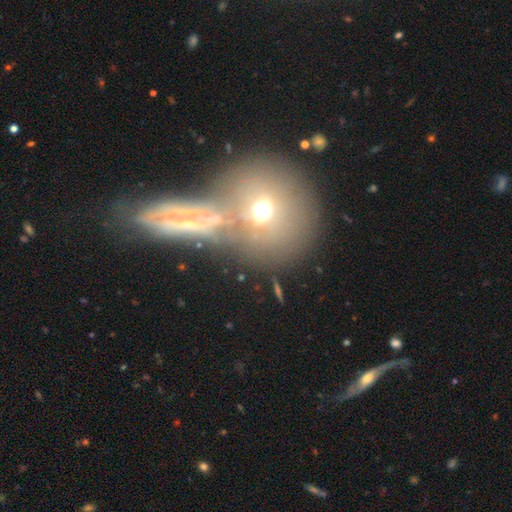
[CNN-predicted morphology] This is marginally a smooth galaxy (43%). Merging: possibly none (49%).